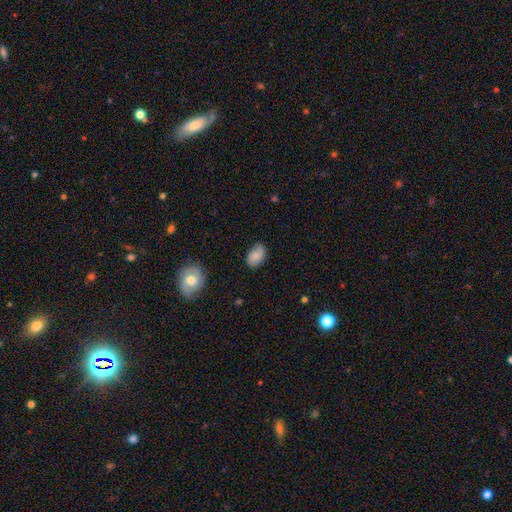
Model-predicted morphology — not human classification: smooth 82%, featured or disk 10%, star or artifact 8%. Down the decision tree: how rounded — in between (89%); merging — none (69%).